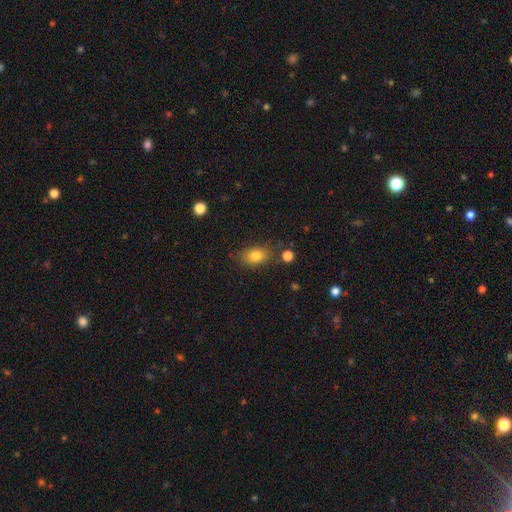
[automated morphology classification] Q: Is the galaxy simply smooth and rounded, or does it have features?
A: smooth — 81%.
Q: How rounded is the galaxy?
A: in between — 79%.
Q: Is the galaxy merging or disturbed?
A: none — 77%.